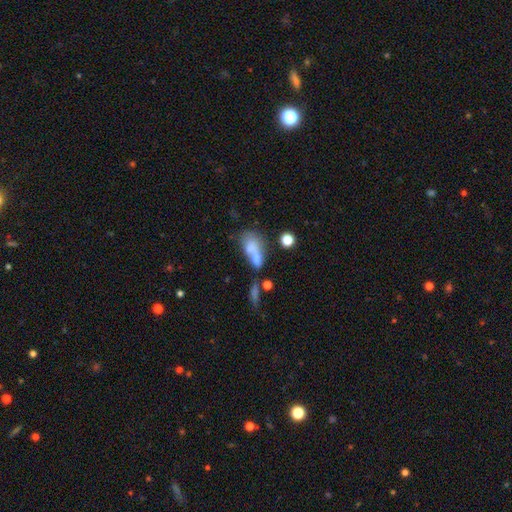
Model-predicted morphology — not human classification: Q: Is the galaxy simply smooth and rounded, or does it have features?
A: smooth — 63%.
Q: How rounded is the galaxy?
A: in between — 72%.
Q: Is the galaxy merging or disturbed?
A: merger — 50%.